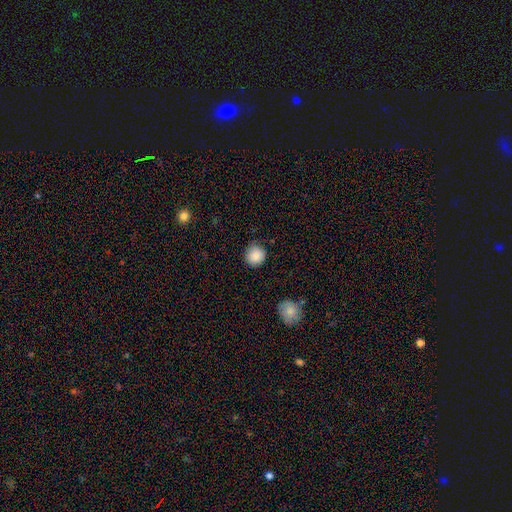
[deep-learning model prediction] smooth 88%, star or artifact 8%, featured or disk 4%. Down the decision tree: how rounded — round (92%); merging — none (84%).